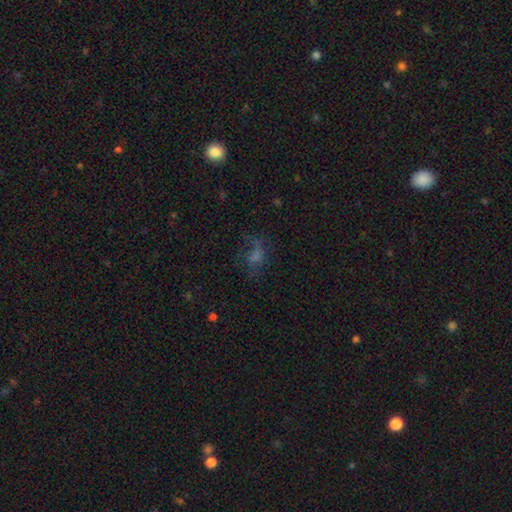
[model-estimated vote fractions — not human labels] Smooth or featured: smooth — 37% (featured or disk — 32%)
Merging: none — 48% (major disturbance — 28%)